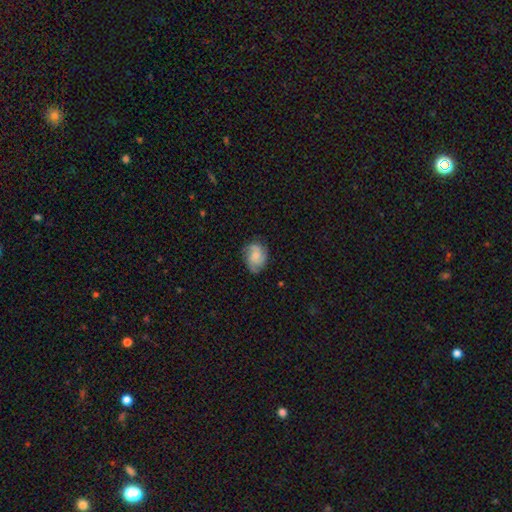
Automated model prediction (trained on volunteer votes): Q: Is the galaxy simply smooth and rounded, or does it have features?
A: featured or disk — 63%.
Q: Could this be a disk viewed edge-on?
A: no — 98%.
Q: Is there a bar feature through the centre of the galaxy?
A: no — 70%.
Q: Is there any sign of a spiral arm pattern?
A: yes — 95%.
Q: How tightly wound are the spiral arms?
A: medium — 46%.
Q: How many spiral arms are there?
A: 3 — 52%.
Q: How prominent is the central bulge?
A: small — 42%.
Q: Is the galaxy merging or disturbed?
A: none — 75%.